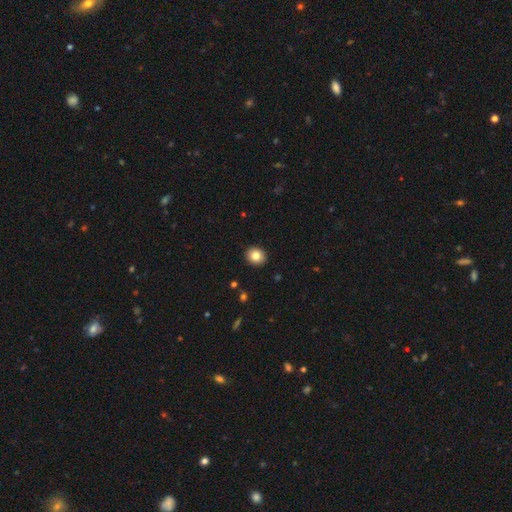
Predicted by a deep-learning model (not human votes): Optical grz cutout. It shows a smooth galaxy with no disk features (82%) that is round (74%). Merging: none (92%).